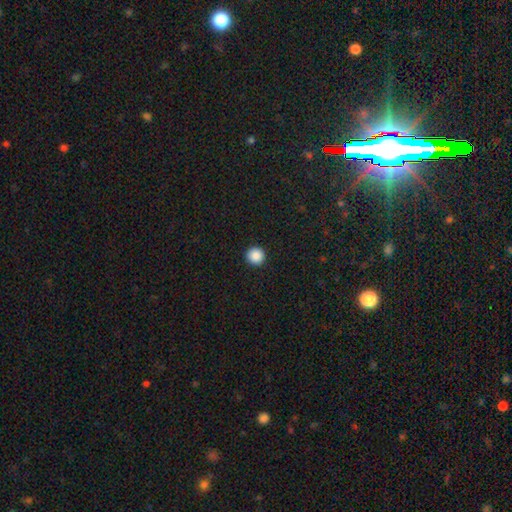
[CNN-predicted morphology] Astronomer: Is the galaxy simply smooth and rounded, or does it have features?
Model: smooth — 88%.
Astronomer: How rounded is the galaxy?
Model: round — 96%.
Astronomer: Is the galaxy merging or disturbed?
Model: none — 94%.